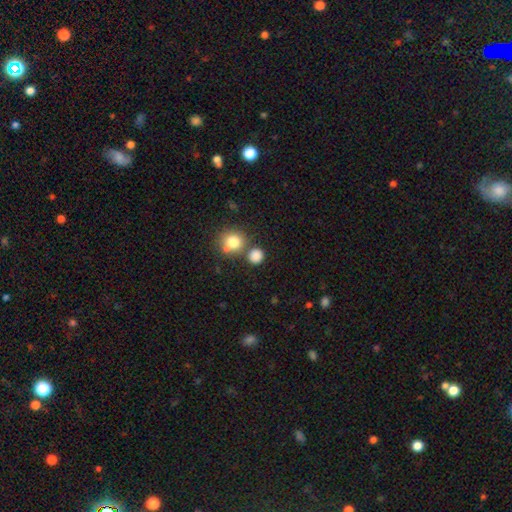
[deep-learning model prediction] A smooth galaxy with no disk features (83%) that is round (87%).

Vote fractions:
- Smooth or featured? smooth: 83% / star or artifact: 12% / featured or disk: 5%
- How rounded? round: 87% / in between: 12% / cigar-shaped: 1%
- Merging? none: 72% / merger: 15% / minor disturbance: 9% / major disturbance: 4%